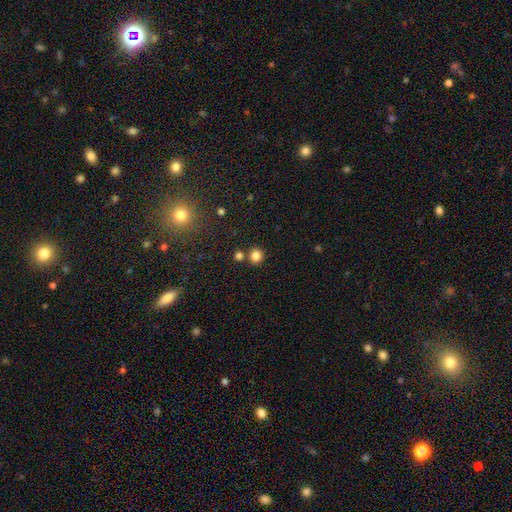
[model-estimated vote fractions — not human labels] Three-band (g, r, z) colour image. It shows a smooth galaxy with no disk features (83%) that is round (91%). Merging: none (80%).